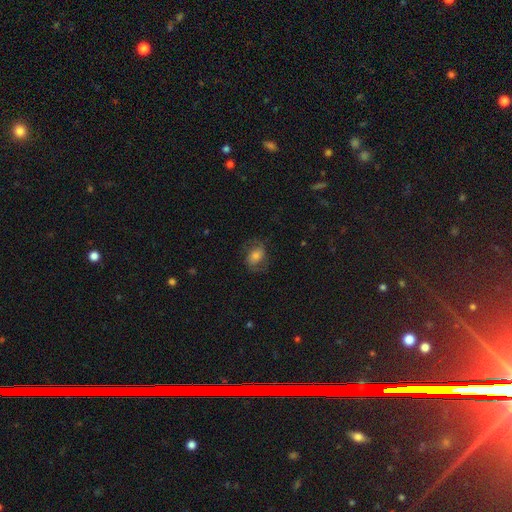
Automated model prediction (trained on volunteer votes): smooth-or-featured: featured or disk: 47% | smooth: 43% | star or artifact: 9%
  merging: none: 68% | minor disturbance: 18% | major disturbance: 13% | merger: 1%